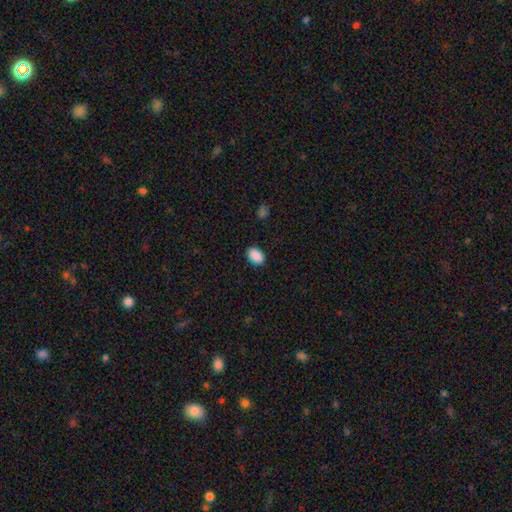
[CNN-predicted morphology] A smooth galaxy with no disk features (90%) that is in between round and cigar-shaped (87%). Merging: none (88%).